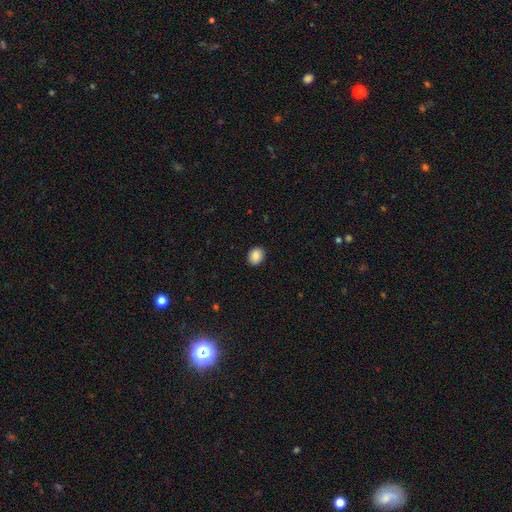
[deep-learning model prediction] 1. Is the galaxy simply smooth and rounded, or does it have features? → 87% smooth, 8% star or artifact, 5% featured or disk.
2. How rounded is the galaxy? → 52% round, 47% in between, 1% cigar-shaped.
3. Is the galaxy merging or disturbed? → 91% none, 7% minor disturbance, 2% major disturbance, 1% merger.